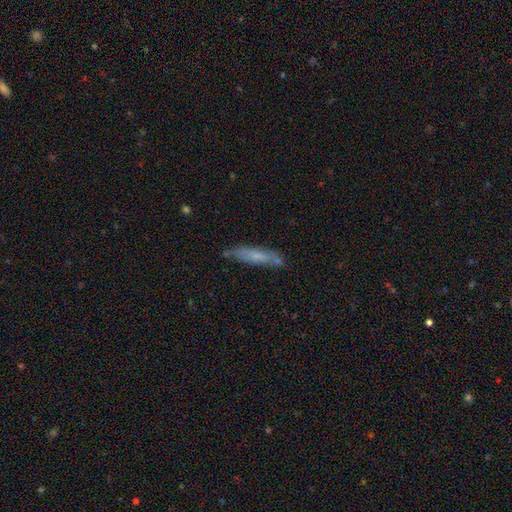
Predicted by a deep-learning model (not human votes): Q: Smooth or featured?
A: smooth (62%); runner-up: featured or disk (31%)
Q: How rounded?
A: cigar-shaped (83%); runner-up: in between (16%)
Q: Merging?
A: none (70%); runner-up: minor disturbance (19%)